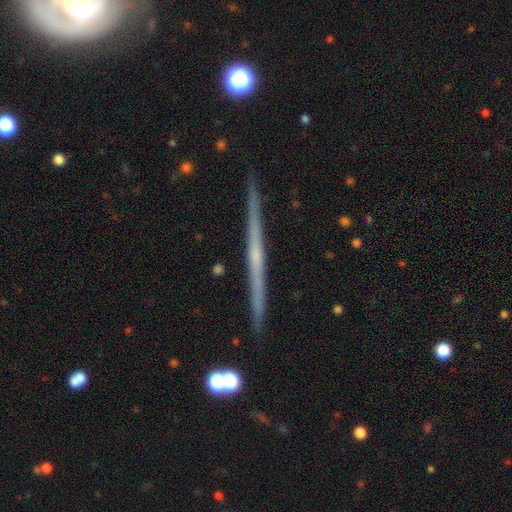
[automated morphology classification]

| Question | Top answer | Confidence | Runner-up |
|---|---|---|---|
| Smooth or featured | featured or disk | 73% | smooth (20%) |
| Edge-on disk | yes | 98% | no (2%) |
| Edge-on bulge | none | 65% | rounded (28%) |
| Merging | none | 91% | minor disturbance (6%) |